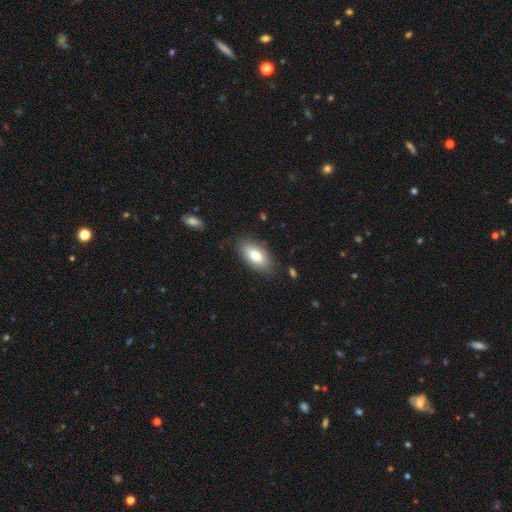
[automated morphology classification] smooth_or_featured: smooth (p=0.77) [alt: featured or disk p=0.16]
how_rounded: in between (p=0.91) [alt: cigar-shaped p=0.05]
merging: none (p=0.83) [alt: minor disturbance p=0.12]